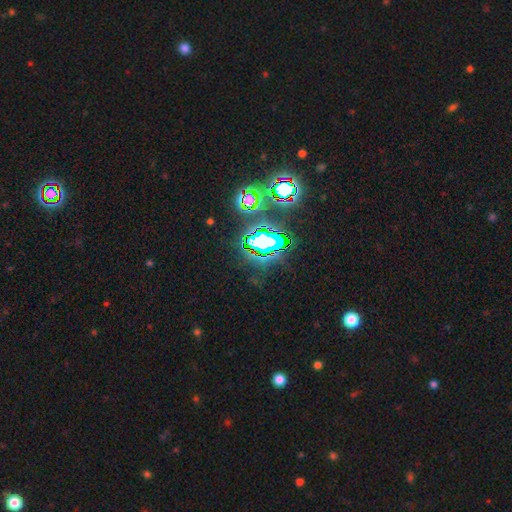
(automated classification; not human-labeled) star or artifact 79%, smooth 13%, featured or disk 8%.